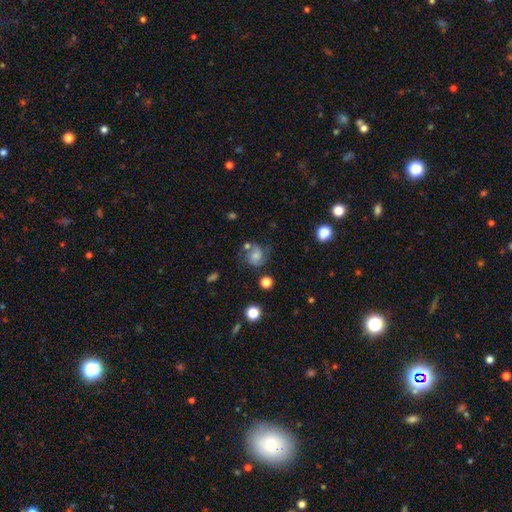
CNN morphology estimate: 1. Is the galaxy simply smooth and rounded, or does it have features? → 57% featured or disk, 31% smooth, 12% star or artifact.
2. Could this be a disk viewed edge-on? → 98% no, 2% yes.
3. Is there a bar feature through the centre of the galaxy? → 61% no, 33% weak, 6% strong.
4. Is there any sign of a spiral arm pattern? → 91% yes, 9% no.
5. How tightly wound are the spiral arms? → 50% medium, 25% loose, 25% tight.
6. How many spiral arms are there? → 83% 2, 8% can't tell, 4% 1, 2% 3, 1% 4, 1% more than 4.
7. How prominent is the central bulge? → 40% moderate, 31% small, 16% none, 11% large, 2% dominant.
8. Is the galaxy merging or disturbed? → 59% none, 20% minor disturbance, 11% major disturbance, 9% merger.